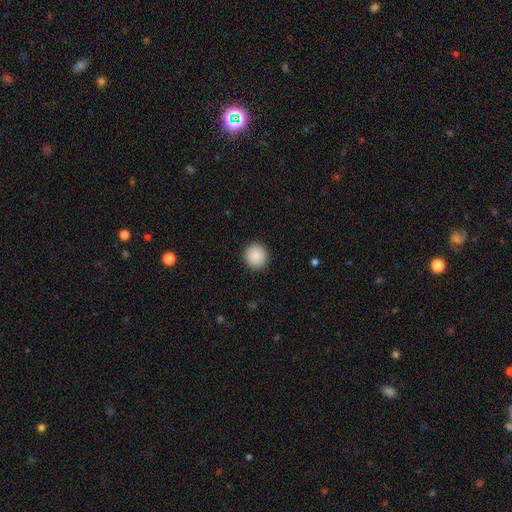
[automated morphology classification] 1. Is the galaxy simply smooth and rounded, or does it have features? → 89% smooth, 8% star or artifact, 3% featured or disk.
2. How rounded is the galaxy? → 94% round, 5% in between, 1% cigar-shaped.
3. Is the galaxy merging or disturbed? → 92% none, 5% minor disturbance, 2% major disturbance, 1% merger.